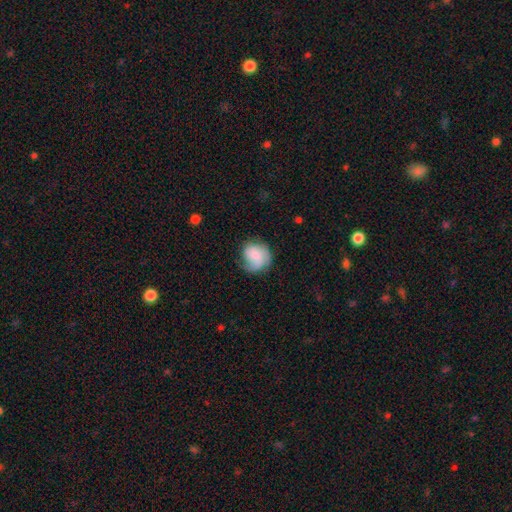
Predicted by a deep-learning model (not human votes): Smooth or featured: smooth — 59% (featured or disk — 34%)
How rounded: round — 76% (in between — 23%)
Merging: none — 56% (minor disturbance — 27%)